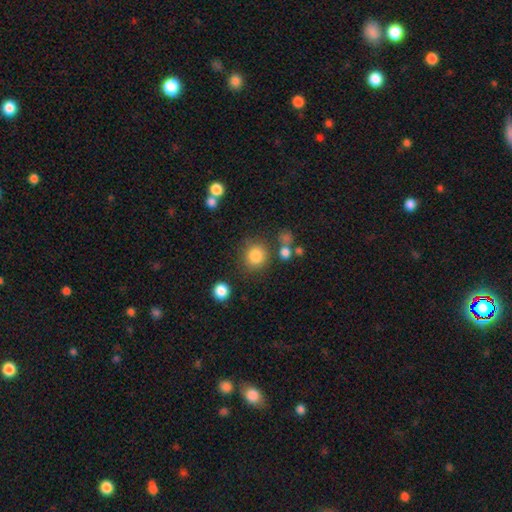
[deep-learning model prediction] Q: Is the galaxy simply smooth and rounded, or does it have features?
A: smooth — 83%.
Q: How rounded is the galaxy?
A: round — 88%.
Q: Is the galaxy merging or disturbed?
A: none — 78%.